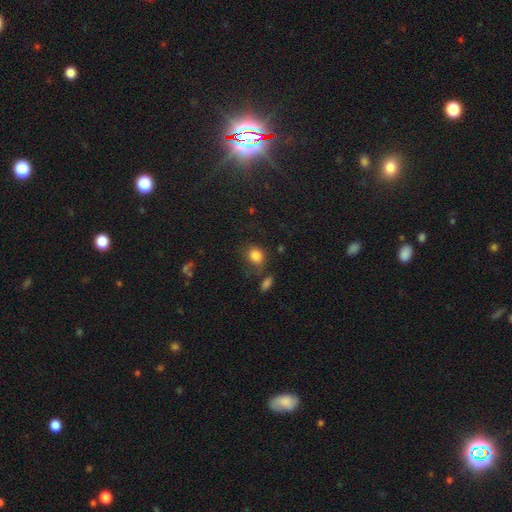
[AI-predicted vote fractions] Smooth or featured?
  - smooth: 83% *
  - star or artifact: 10%
  - featured or disk: 6%
How rounded?
  - round: 59% *
  - in between: 39%
  - cigar-shaped: 1%
Merging?
  - none: 63% *
  - minor disturbance: 20%
  - major disturbance: 9%
  - merger: 7%